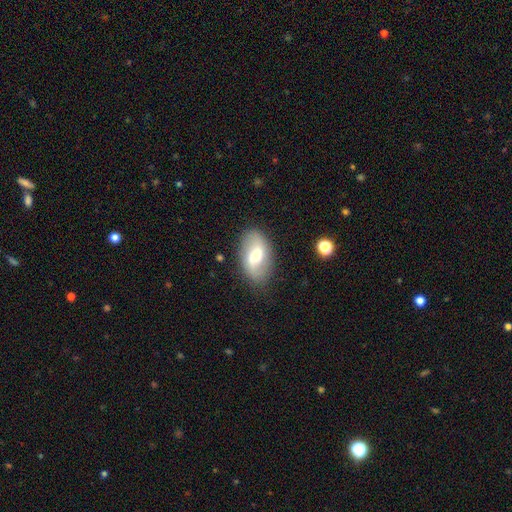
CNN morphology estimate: smooth_or_featured: featured or disk (p=0.48) [alt: smooth p=0.45]
merging: none (p=0.81) [alt: minor disturbance p=0.13]